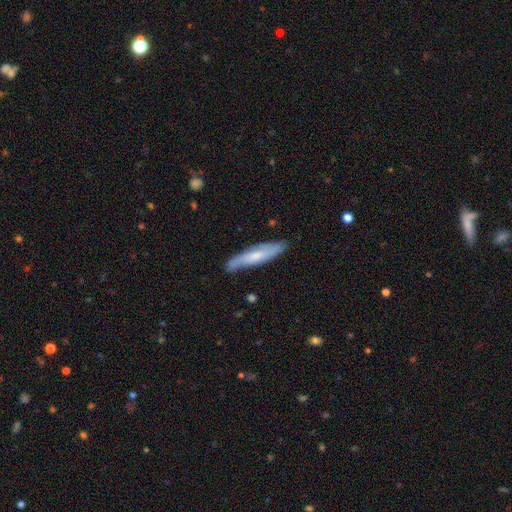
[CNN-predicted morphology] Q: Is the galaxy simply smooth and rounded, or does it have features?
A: smooth — 48%.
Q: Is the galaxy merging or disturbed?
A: none — 79%.